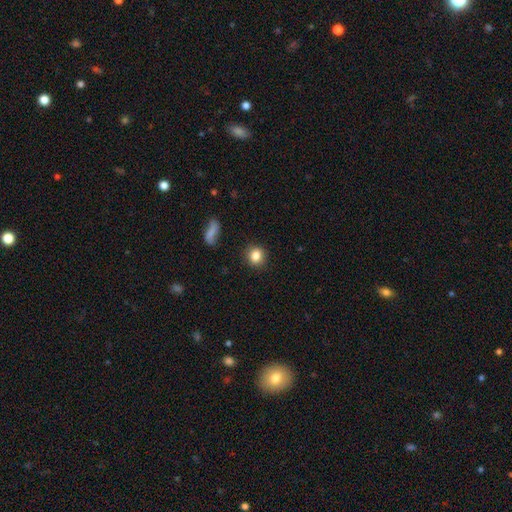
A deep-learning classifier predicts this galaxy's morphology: This is clearly a smooth galaxy (84%). How rounded: clearly round (83%). Merging: clearly none (88%).